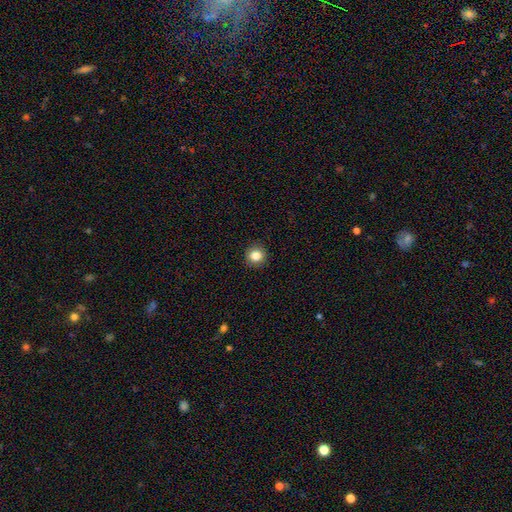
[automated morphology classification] The model was most divided on "smooth or featured": smooth: 85%, star or artifact: 10%, featured or disk: 5%. More confident: merging — none (92%); how rounded — round (91%).